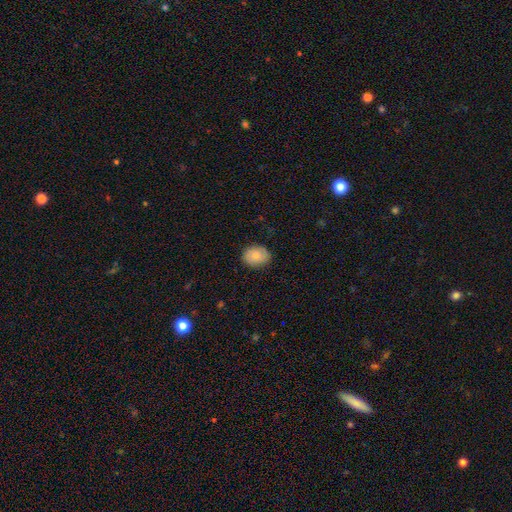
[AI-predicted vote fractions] The model was most divided on "how rounded": in between: 57%, round: 42%, cigar-shaped: 1%. More confident: merging — none (85%); smooth or featured — smooth (77%).